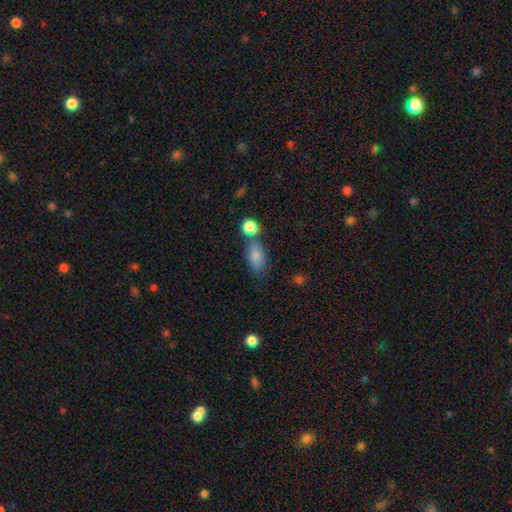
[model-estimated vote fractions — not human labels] This is clearly a smooth galaxy (80%). How rounded: clearly in between (84%). Merging: likely none (62%).